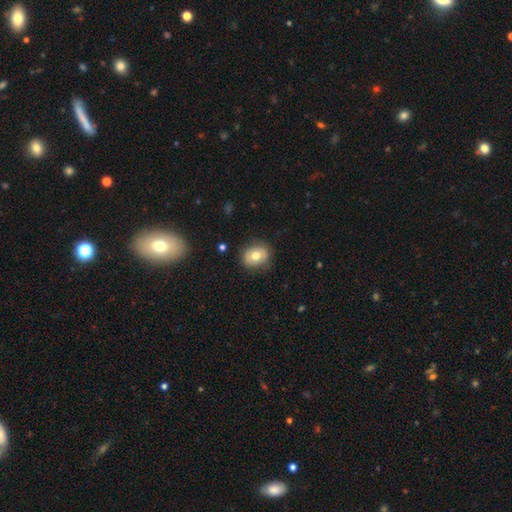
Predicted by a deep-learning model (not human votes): A smooth galaxy with no disk features (71%) that is round (54%).

Vote fractions:
- Smooth or featured? smooth: 71% / featured or disk: 21% / star or artifact: 9%
- How rounded? round: 54% / in between: 45% / cigar-shaped: 1%
- Merging? none: 82% / minor disturbance: 14% / major disturbance: 3% / merger: 1%